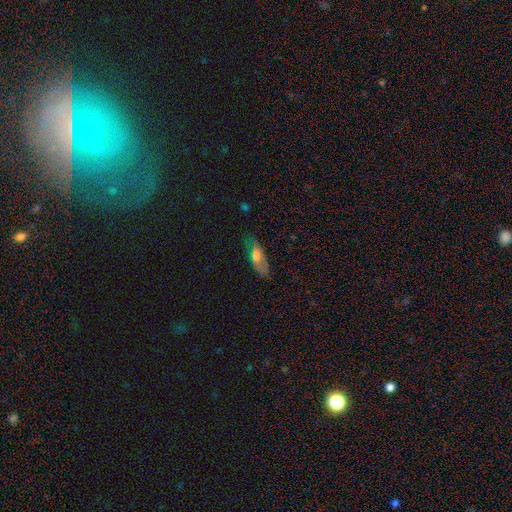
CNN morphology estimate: type=smooth (48%); merging=none (64%).